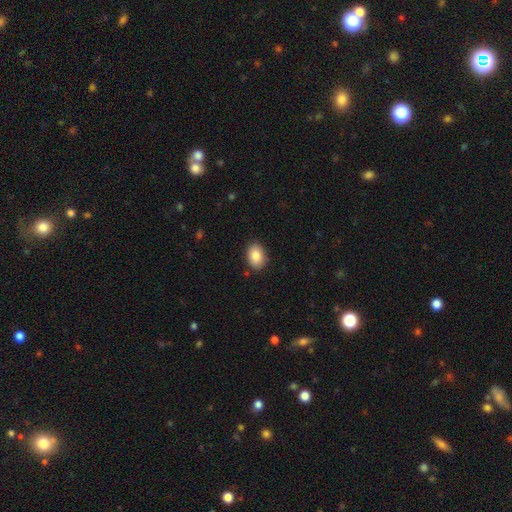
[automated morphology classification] The model was most divided on "how rounded": in between: 82%, round: 17%, cigar-shaped: 1%. More confident: merging — none (88%); smooth or featured — smooth (86%).